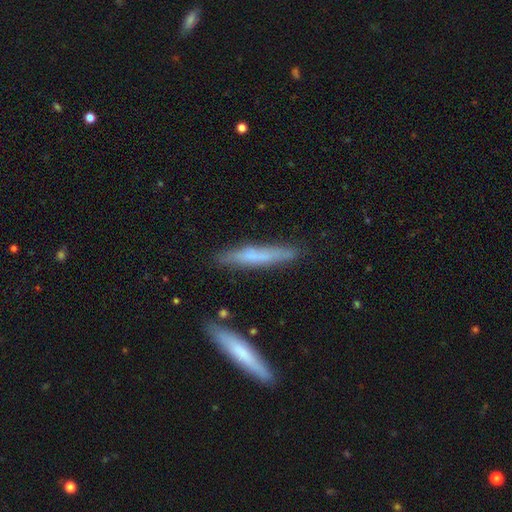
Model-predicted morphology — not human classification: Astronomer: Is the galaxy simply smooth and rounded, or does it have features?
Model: smooth — 58% (runner-up: featured or disk, 36%).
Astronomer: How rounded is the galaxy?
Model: cigar-shaped — 92%.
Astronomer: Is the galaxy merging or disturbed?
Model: none — 81%.